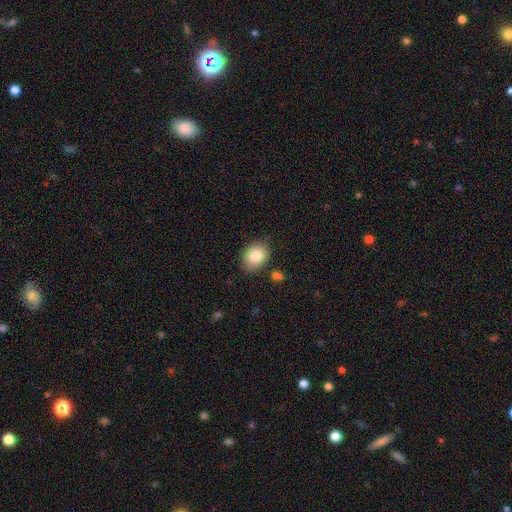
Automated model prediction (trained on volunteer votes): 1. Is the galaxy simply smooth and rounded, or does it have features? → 83% smooth, 9% featured or disk, 8% star or artifact.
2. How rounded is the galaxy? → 57% in between, 42% round, 1% cigar-shaped.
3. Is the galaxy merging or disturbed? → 78% none, 15% minor disturbance, 4% merger, 3% major disturbance.